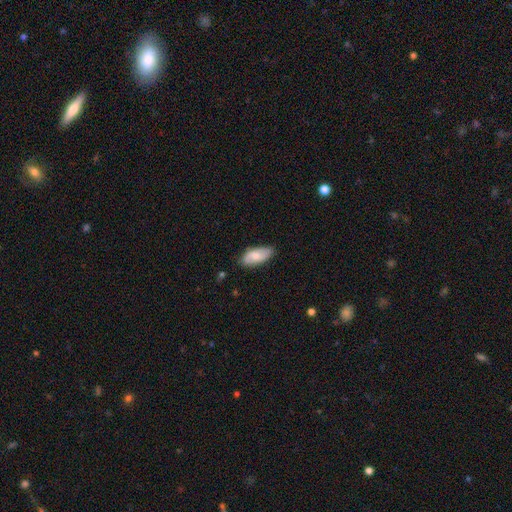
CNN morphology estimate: This appears to be a smooth galaxy with no disk features (63%) that is in between round and cigar-shaped (89%). Merging: none (77%).